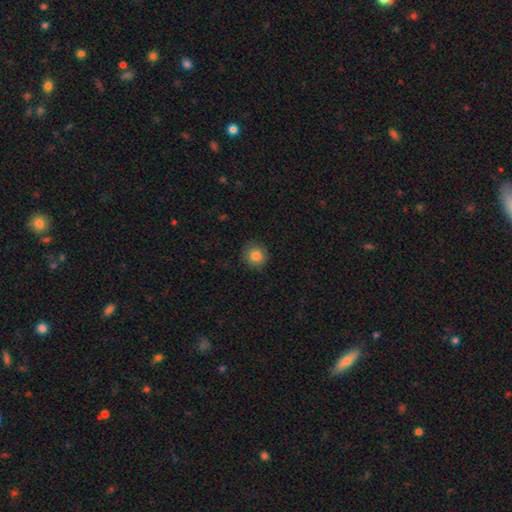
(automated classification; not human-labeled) This appears to be a smooth galaxy with no disk features (84%) that is round (91%). Merging: none (89%).